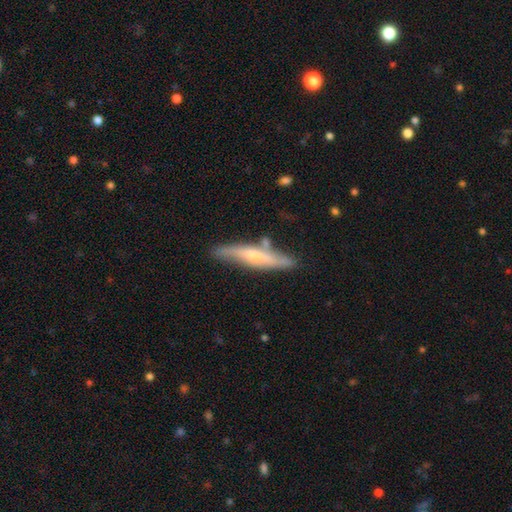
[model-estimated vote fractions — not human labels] Smooth or featured? Predicted: featured or disk (p=0.51). Edge-on disk? Predicted: yes (p=0.80). Merging? Predicted: none (p=0.72).